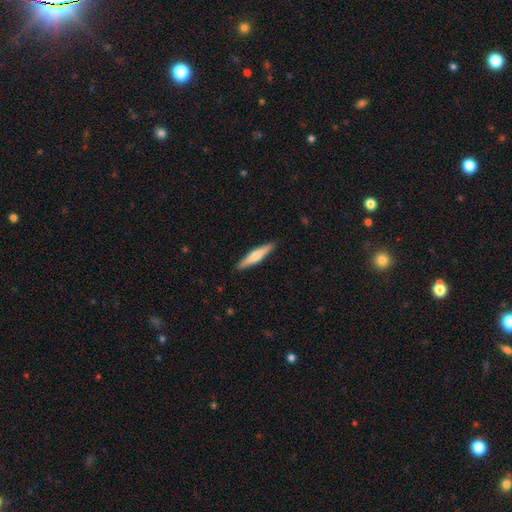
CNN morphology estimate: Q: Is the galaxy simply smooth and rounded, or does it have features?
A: smooth — 56%.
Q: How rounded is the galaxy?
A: cigar-shaped — 88%.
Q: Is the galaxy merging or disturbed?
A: none — 90%.